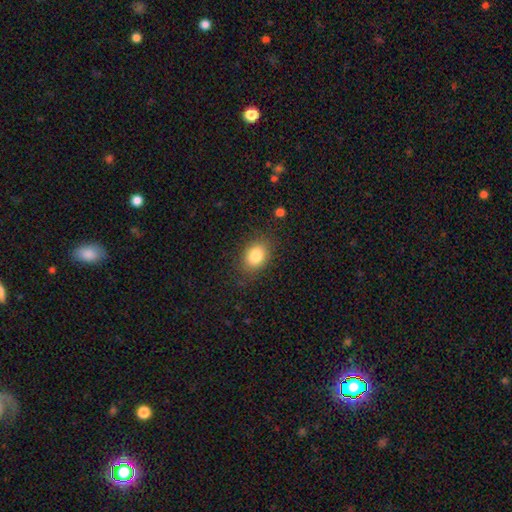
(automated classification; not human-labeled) Q: Smooth or featured?
A: smooth (83%); runner-up: star or artifact (9%)
Q: How rounded?
A: in between (70%); runner-up: round (28%)
Q: Merging?
A: none (82%); runner-up: minor disturbance (13%)